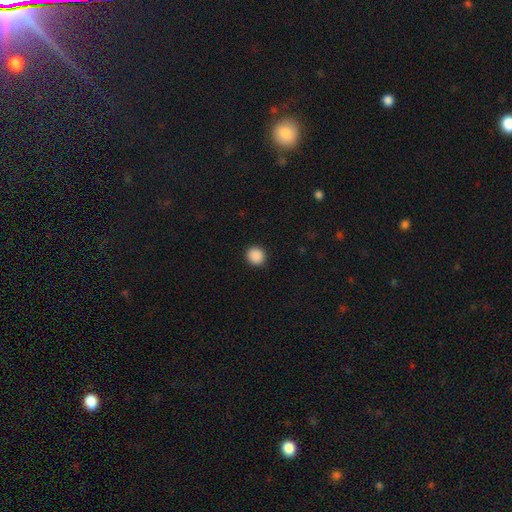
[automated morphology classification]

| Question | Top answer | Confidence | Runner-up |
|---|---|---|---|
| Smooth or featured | smooth | 89% | star or artifact (9%) |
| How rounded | round | 90% | in between (9%) |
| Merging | none | 92% | minor disturbance (5%) |